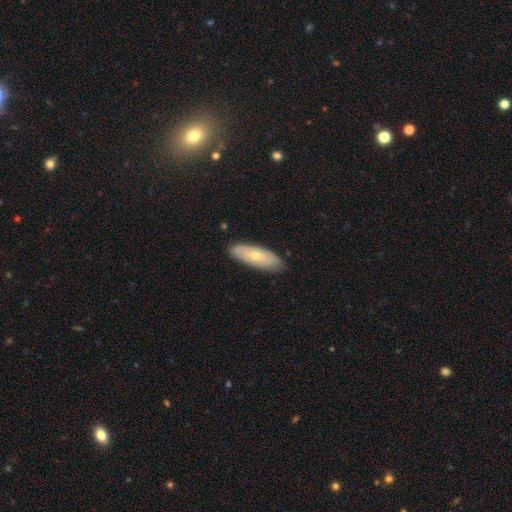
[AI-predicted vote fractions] Smooth or featured? Predicted: smooth (p=0.59). How rounded? Predicted: in between (p=0.67). Merging? Predicted: none (p=0.86).